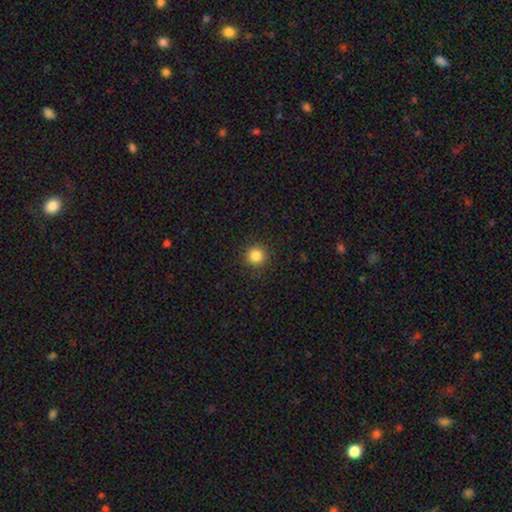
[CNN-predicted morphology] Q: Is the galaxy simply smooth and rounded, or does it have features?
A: smooth — 84%.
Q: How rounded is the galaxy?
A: round — 95%.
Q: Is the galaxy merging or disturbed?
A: none — 91%.